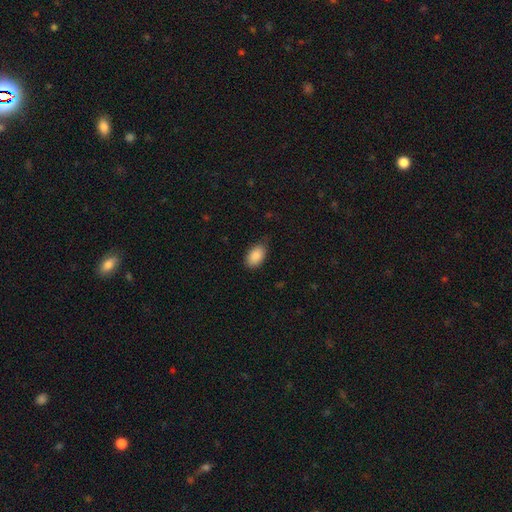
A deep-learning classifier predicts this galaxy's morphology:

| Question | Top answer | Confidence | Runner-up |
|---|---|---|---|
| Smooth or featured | smooth | 89% | star or artifact (7%) |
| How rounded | in between | 92% | round (6%) |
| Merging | none | 76% | minor disturbance (19%) |